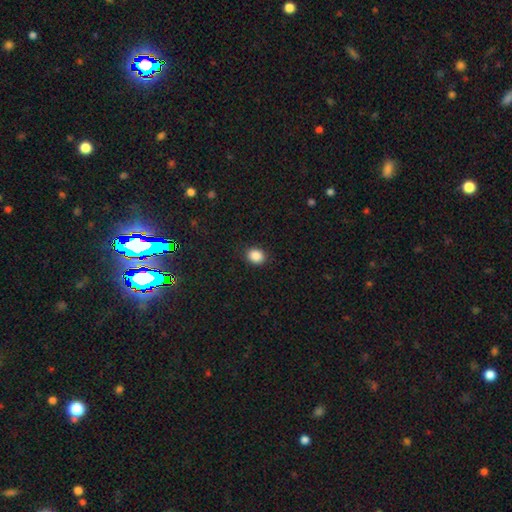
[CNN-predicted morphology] smooth-or-featured: smooth: 88% | star or artifact: 9% | featured or disk: 3%
  how-rounded: round: 55% | in between: 44% | cigar-shaped: 1%
  merging: none: 89% | minor disturbance: 8% | major disturbance: 2% | merger: 1%